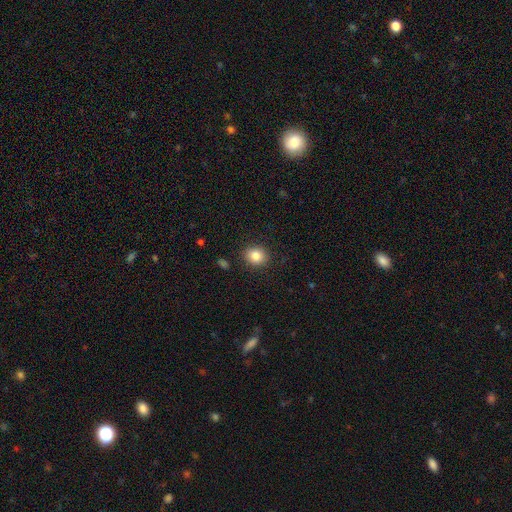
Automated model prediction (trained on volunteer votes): A smooth galaxy with no disk features (85%) that is round (74%).

Vote fractions:
- Smooth or featured? smooth: 85% / star or artifact: 10% / featured or disk: 6%
- How rounded? round: 74% / in between: 25% / cigar-shaped: 1%
- Merging? none: 89% / minor disturbance: 7% / major disturbance: 2% / merger: 1%